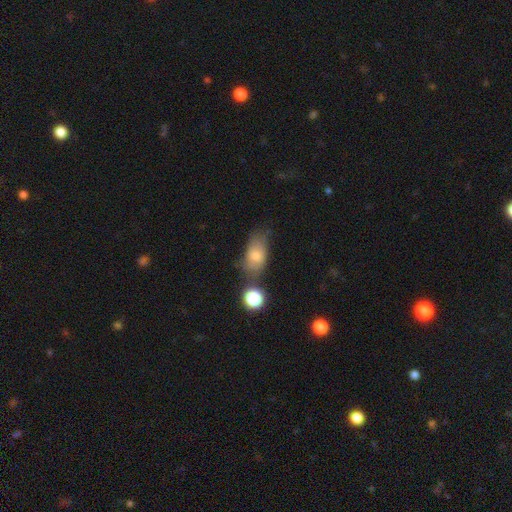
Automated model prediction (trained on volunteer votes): Morphology: type=smooth (74%); roundness=in between (87%); merging=none (50%).